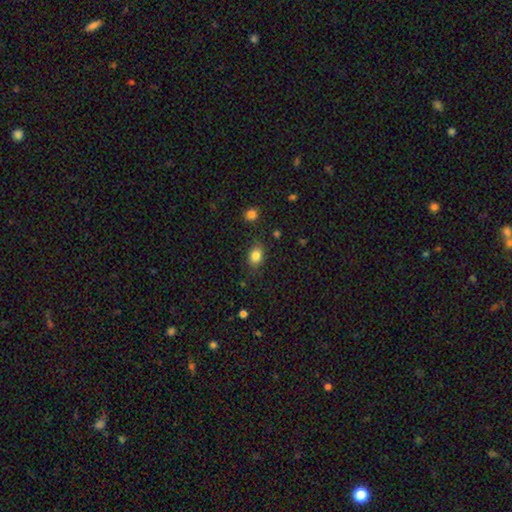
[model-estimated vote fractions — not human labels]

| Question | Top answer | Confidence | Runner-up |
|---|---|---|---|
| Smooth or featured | smooth | 84% | star or artifact (10%) |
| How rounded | in between | 65% | round (34%) |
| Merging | none | 81% | minor disturbance (14%) |